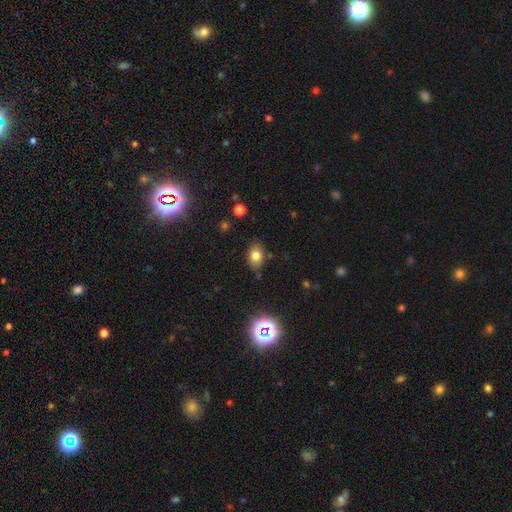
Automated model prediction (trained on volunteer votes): The model was most divided on "how rounded": in between: 78%, round: 21%, cigar-shaped: 1%. More confident: merging — none (80%); smooth or featured — smooth (76%).